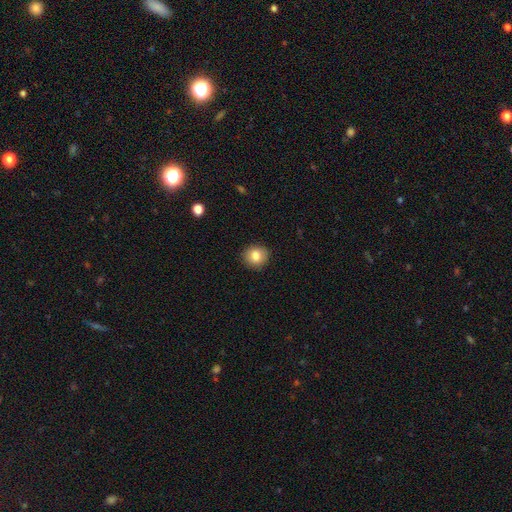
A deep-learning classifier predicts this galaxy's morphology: Smooth or featured? Predicted: smooth (p=0.82). How rounded? Predicted: round (p=0.86). Merging? Predicted: none (p=0.90).